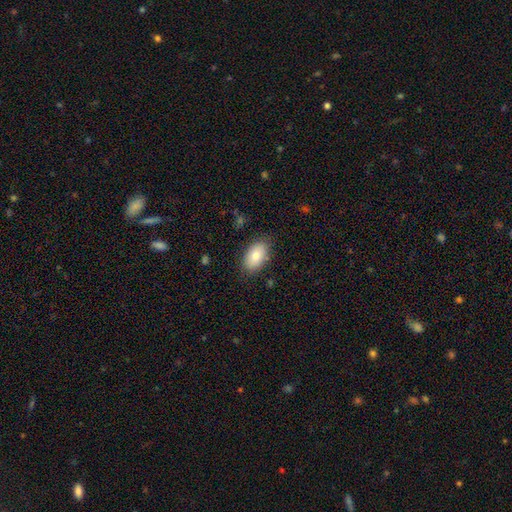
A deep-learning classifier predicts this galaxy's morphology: Smooth or featured? Predicted: smooth (p=0.81). How rounded? Predicted: in between (p=0.93). Merging? Predicted: none (p=0.84).